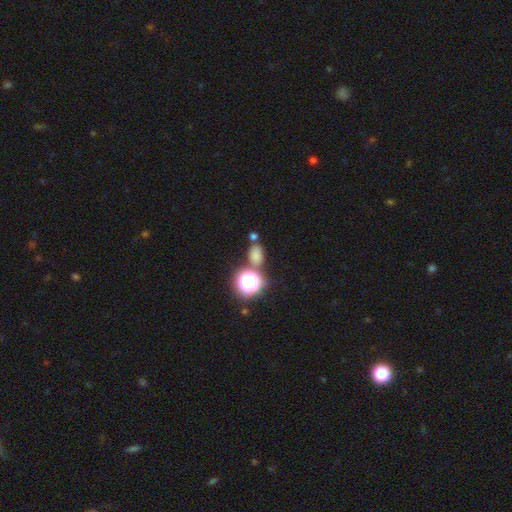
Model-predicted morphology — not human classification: A smooth galaxy with no disk features (67%) that is in between round and cigar-shaped (66%). Merging: none (65%).